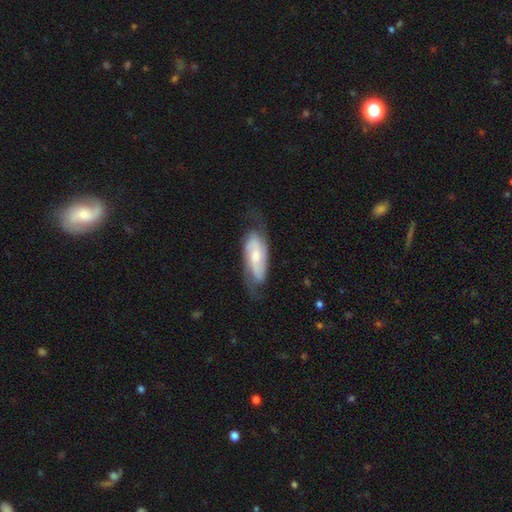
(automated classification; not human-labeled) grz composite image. It shows a featured or disk galaxy (70%) with no bar (50%), 2 (75%) medium (43%) spiral arms (92%) and a moderate central bulge (44%). Merging: none (63%).